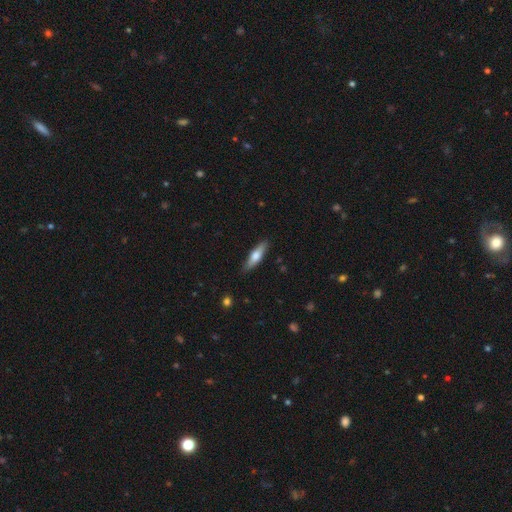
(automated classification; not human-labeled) The model was most divided on "smooth or featured": smooth: 59%, featured or disk: 36%, star or artifact: 6%. More confident: merging — none (87%); how rounded — cigar-shaped (67%).